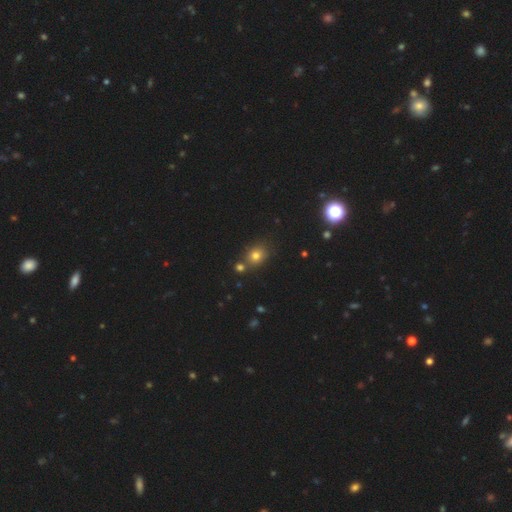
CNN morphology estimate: Smooth or featured? Predicted: smooth (p=0.75). How rounded? Predicted: round (p=0.62). Merging? Predicted: none (p=0.70).